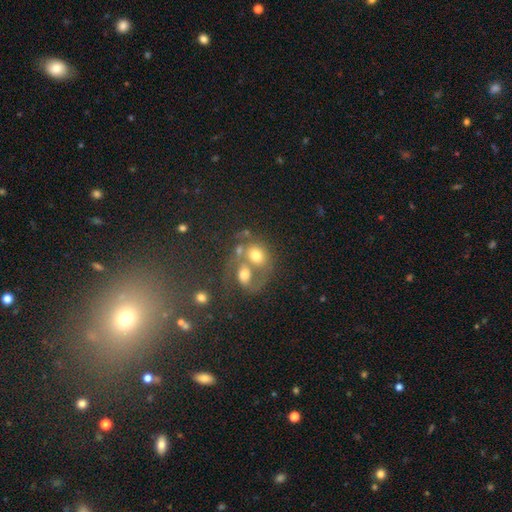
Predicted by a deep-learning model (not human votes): Q: Smooth or featured?
A: smooth (54%); runner-up: featured or disk (33%)
Q: How rounded?
A: round (49%); tied with: in between (49%)
Q: Merging?
A: merger (65%); runner-up: none (18%)